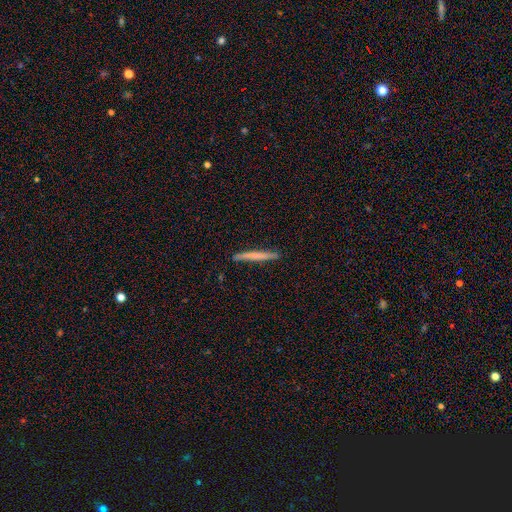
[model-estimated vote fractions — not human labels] This appears to be a smooth galaxy with no disk features (61%) that is cigar-shaped (97%). Merging: none (89%).